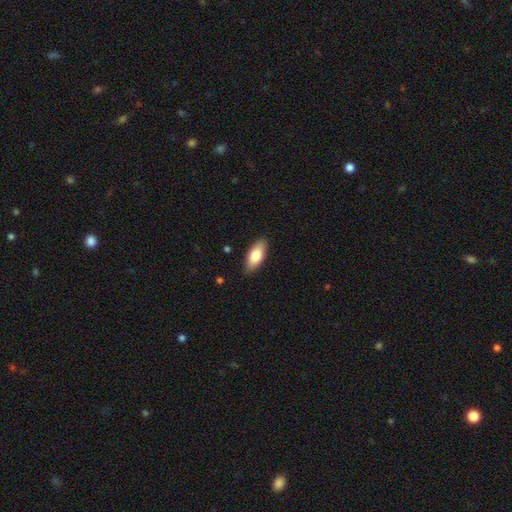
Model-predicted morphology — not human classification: Smooth or featured?
  - smooth: 77% *
  - featured or disk: 16%
  - star or artifact: 6%
How rounded?
  - in between: 84% *
  - cigar-shaped: 14%
  - round: 2%
Merging?
  - none: 86% *
  - minor disturbance: 10%
  - major disturbance: 2%
  - merger: 1%